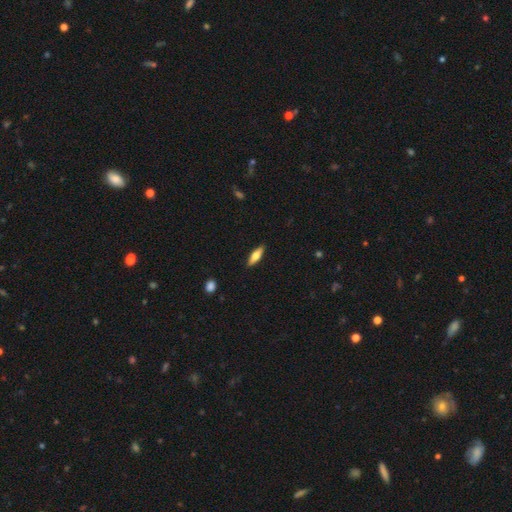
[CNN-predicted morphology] Smooth or featured? Predicted: smooth (p=0.59). How rounded? Predicted: cigar-shaped (p=0.50). Merging? Predicted: none (p=0.89).